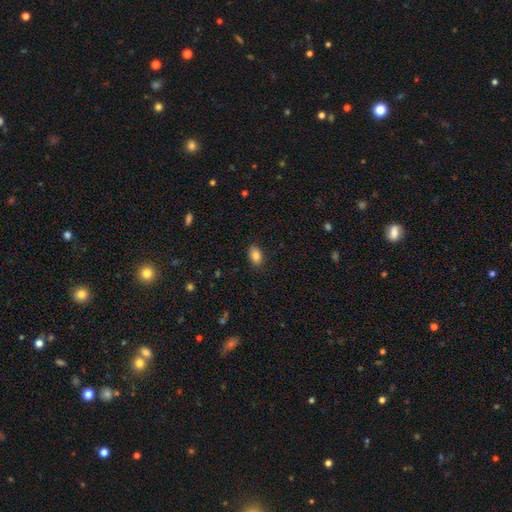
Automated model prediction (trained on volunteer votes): Morphology: type=smooth (85%); roundness=in between (86%); merging=none (86%).